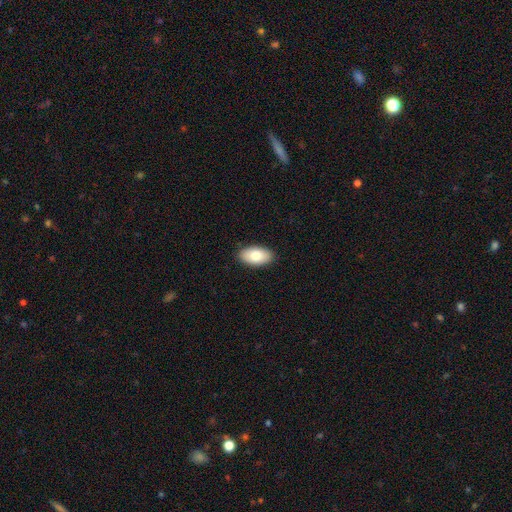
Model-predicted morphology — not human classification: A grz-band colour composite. It shows a smooth galaxy with no disk features (79%) that is in between round and cigar-shaped (94%). Merging: none (89%).